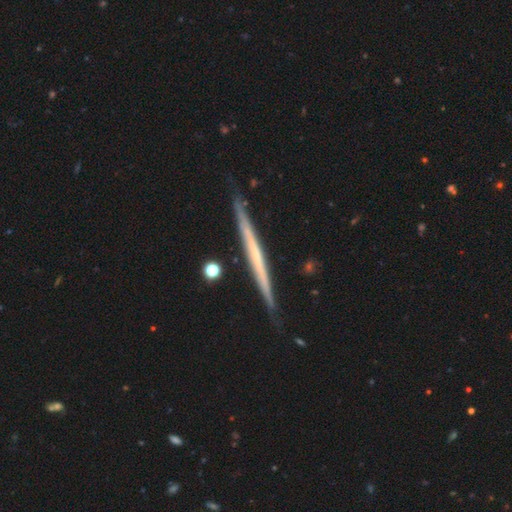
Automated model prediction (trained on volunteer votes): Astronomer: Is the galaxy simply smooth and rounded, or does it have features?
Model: featured or disk — 65%.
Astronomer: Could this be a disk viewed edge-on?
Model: yes — 97%.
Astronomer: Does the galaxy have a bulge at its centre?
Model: none — 89%.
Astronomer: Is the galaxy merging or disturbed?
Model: none — 87%.